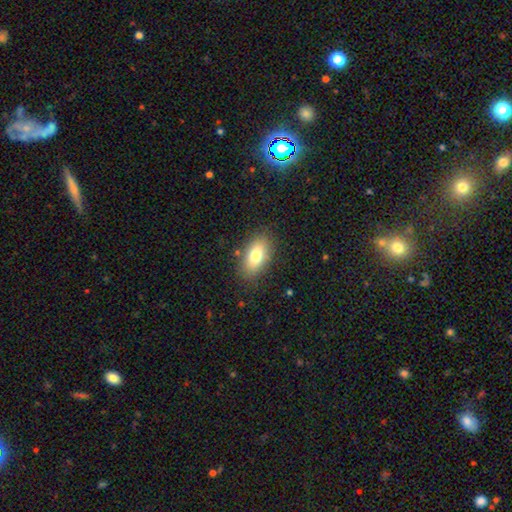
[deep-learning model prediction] A smooth galaxy with no disk features (78%) that is in between round and cigar-shaped (90%). Merging: none (84%).